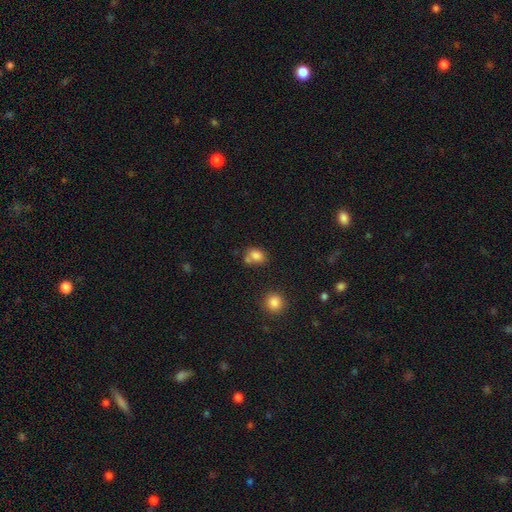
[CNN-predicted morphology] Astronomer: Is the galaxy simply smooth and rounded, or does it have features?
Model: smooth — 81%.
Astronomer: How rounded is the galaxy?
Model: in between — 52% (runner-up: round, 47%).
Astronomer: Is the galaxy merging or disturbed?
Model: none — 51% (runner-up: merger, 26%).